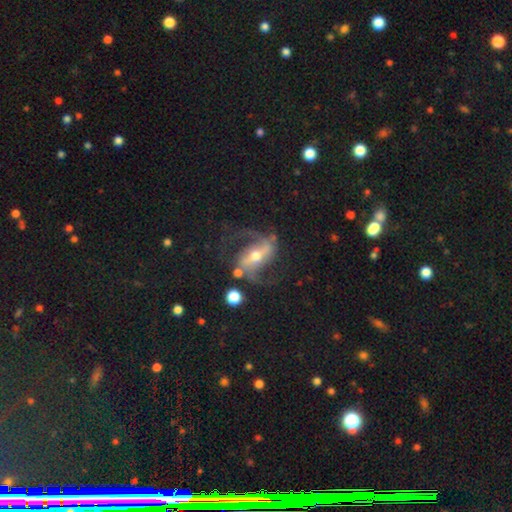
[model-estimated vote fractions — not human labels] Morphology: type=featured or disk (87%); edge-on=no (96%); bar=strong (54%); spiral arms=yes (96%); winding=loose (49%); arm count=2 (92%); bulge=moderate (62%); merging=none (67%).